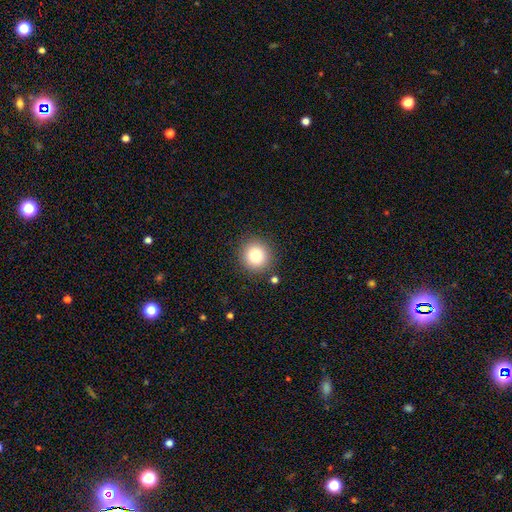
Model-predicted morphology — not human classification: The model was most divided on "smooth or featured": smooth: 83%, star or artifact: 10%, featured or disk: 7%. More confident: how rounded — round (93%); merging — none (88%).